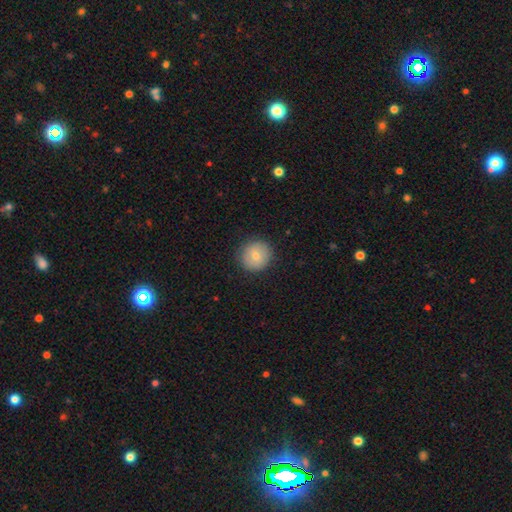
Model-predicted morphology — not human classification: This appears to be a smooth galaxy with no disk features (75%) that is round (92%). Merging: none (89%).